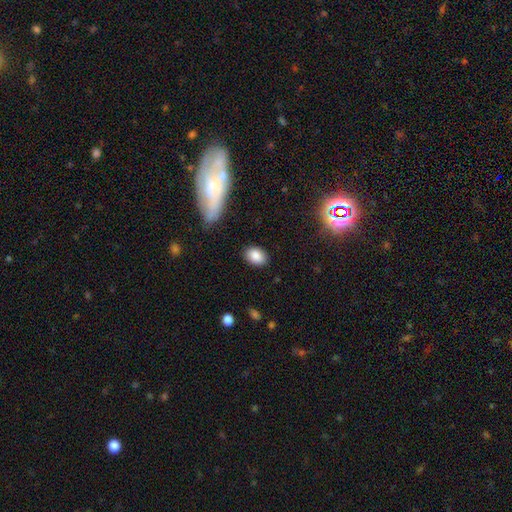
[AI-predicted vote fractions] Smooth or featured? Predicted: smooth (p=0.86). How rounded? Predicted: in between (p=0.79). Merging? Predicted: none (p=0.86).